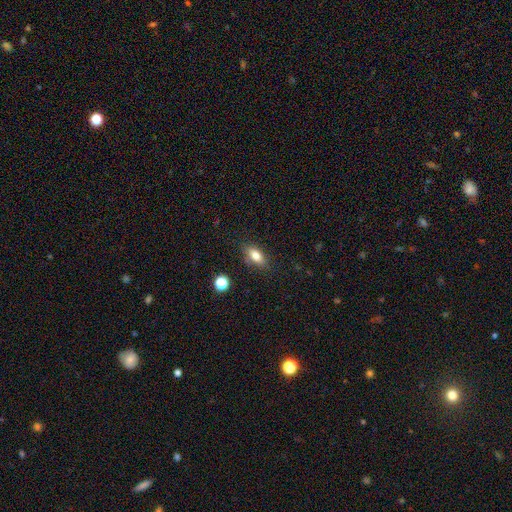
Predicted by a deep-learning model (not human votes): Smooth or featured? smooth (77%)
How rounded? in between (81%)
Merging? none (81%)